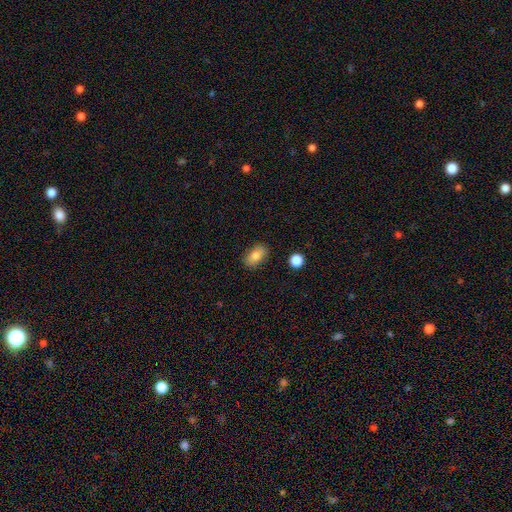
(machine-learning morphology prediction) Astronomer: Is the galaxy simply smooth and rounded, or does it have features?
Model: smooth — 84%.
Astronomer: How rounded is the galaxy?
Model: in between — 90%.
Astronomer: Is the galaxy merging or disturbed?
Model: none — 85%.